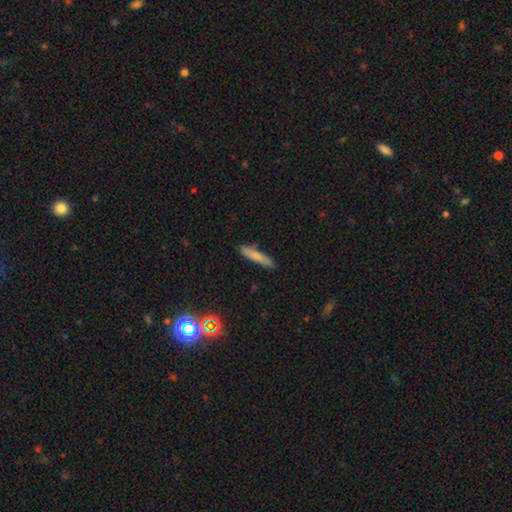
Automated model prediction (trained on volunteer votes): The model was most divided on "smooth or featured": smooth: 76%, featured or disk: 17%, star or artifact: 7%. More confident: how rounded — cigar-shaped (88%); merging — none (84%).